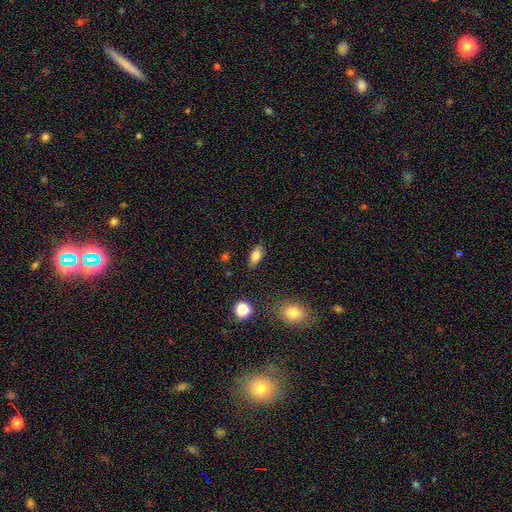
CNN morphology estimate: This appears to be a smooth galaxy with no disk features (80%) that is in between round and cigar-shaped (86%). Merging: none (84%).